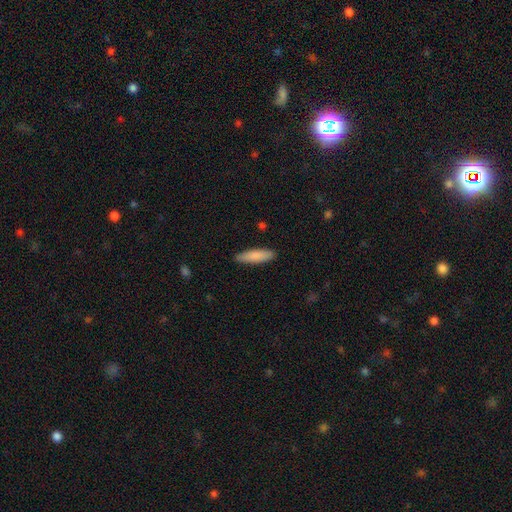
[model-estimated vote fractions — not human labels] Q: Smooth or featured?
A: smooth (86%); runner-up: featured or disk (9%)
Q: How rounded?
A: cigar-shaped (65%); runner-up: in between (33%)
Q: Merging?
A: none (88%); runner-up: minor disturbance (9%)